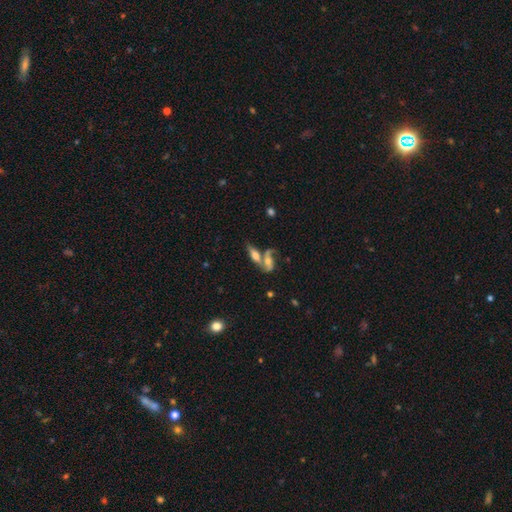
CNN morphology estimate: Q: Smooth or featured?
A: smooth (49%); runner-up: featured or disk (41%)
Q: Merging?
A: merger (55%); runner-up: none (30%)